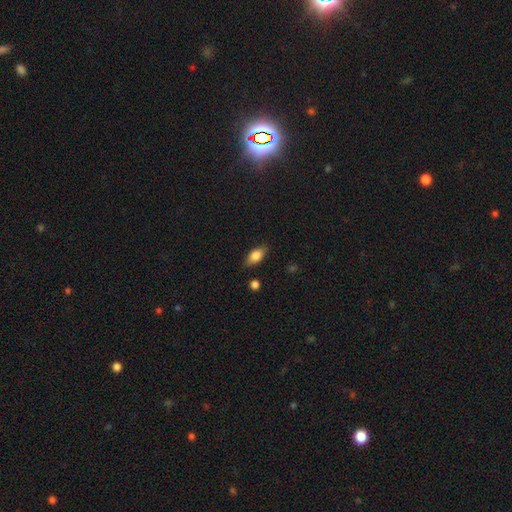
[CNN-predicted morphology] A smooth galaxy with no disk features (77%) that is in between round and cigar-shaped (84%).

Vote fractions:
- Smooth or featured? smooth: 77% / featured or disk: 15% / star or artifact: 8%
- How rounded? in between: 84% / cigar-shaped: 10% / round: 6%
- Merging? none: 82% / minor disturbance: 13% / major disturbance: 3% / merger: 2%